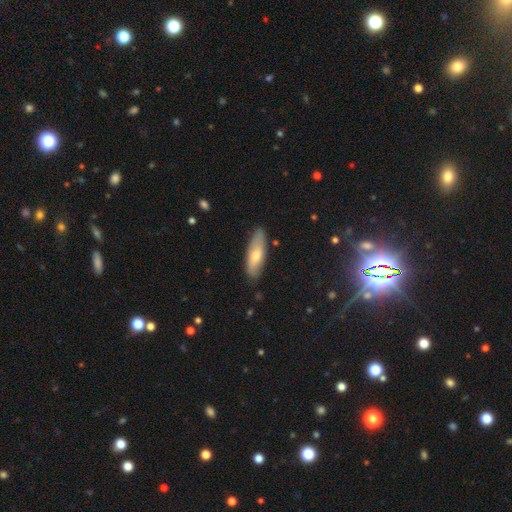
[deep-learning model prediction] Smooth or featured?
  - smooth: 68% *
  - featured or disk: 26%
  - star or artifact: 6%
How rounded?
  - in between: 58% *
  - cigar-shaped: 40%
  - round: 2%
Merging?
  - none: 82% *
  - minor disturbance: 14%
  - major disturbance: 2%
  - merger: 1%